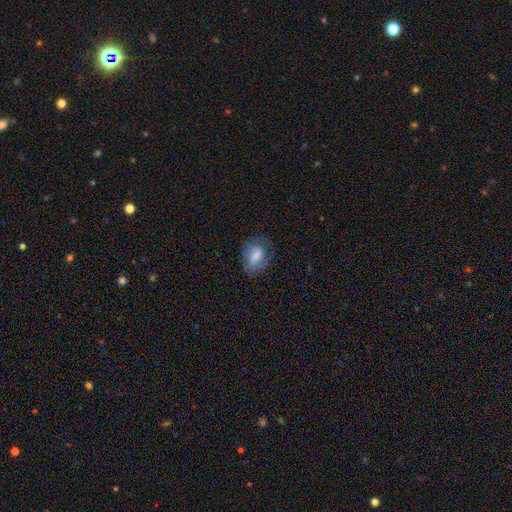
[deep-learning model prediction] The model was most divided on "smooth or featured": smooth: 63%, featured or disk: 28%, star or artifact: 9%. More confident: how rounded — in between (76%); merging — none (61%).